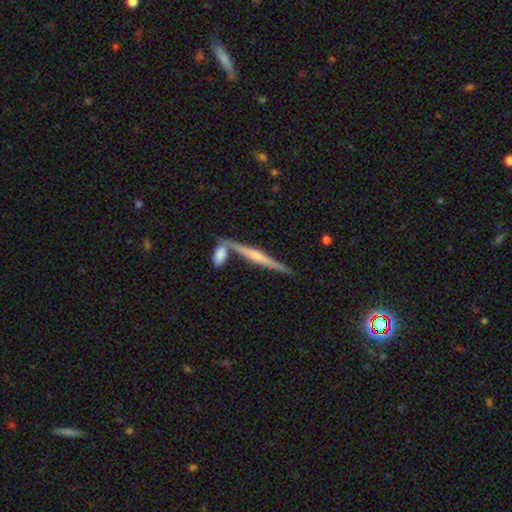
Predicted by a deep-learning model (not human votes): This is likely a featured or disk galaxy (70%). It is clearly viewed edge-on (96%). Edge-on bulge: likely rounded (72%). Merging: likely none (72%).